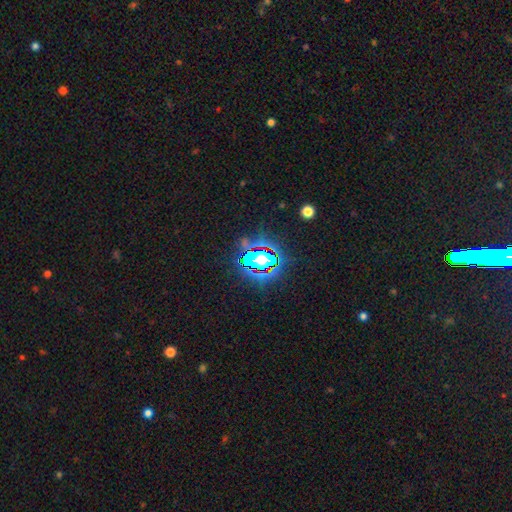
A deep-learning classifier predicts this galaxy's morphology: Smooth or featured?
  - star or artifact: 82% *
  - smooth: 11%
  - featured or disk: 7%